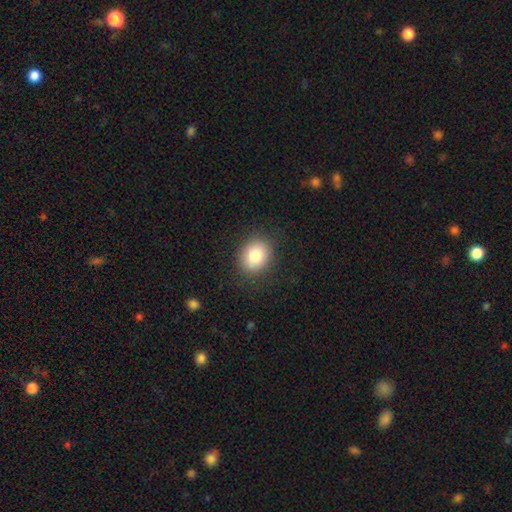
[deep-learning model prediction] smooth-or-featured: smooth: 84% | star or artifact: 9% | featured or disk: 8%
  how-rounded: round: 56% | in between: 43% | cigar-shaped: 1%
  merging: none: 87% | minor disturbance: 9% | major disturbance: 3% | merger: 1%